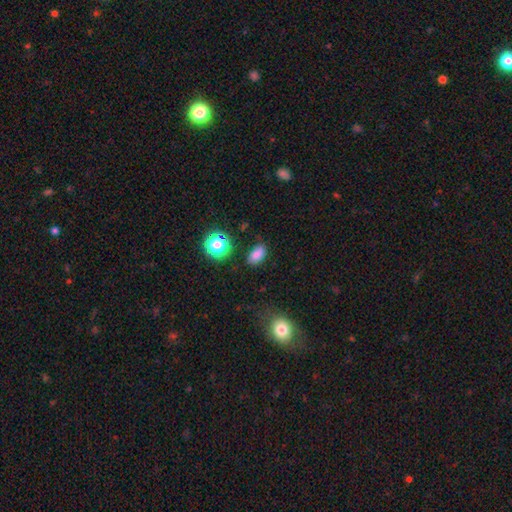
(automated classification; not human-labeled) smooth 79%, star or artifact 16%, featured or disk 5%. Down the decision tree: how rounded — in between (86%); merging — none (81%).